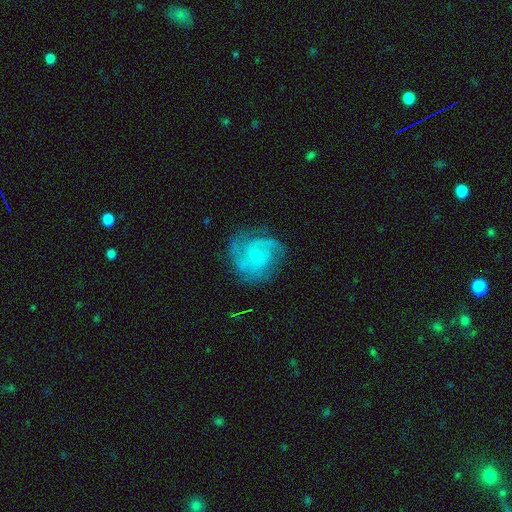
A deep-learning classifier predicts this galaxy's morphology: This appears to be a featured or disk galaxy (76%) with no bar (74%), 3 (32%) tight (45%) spiral arms (93%) and a small central bulge (72%). Merging: none (68%).